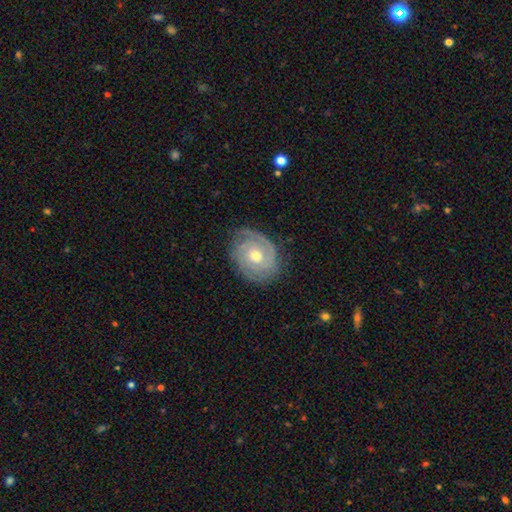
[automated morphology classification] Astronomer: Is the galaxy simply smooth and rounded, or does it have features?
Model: featured or disk — 83%.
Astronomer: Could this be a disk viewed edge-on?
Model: no — 97%.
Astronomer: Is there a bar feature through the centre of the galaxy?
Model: no — 75%.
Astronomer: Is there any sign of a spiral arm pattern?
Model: yes — 94%.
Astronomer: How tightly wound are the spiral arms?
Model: tight — 74%.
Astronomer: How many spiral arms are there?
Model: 2 — 43% (runner-up: can't tell, 22%).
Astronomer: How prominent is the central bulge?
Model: moderate — 76%.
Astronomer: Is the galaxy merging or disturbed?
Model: none — 79%.